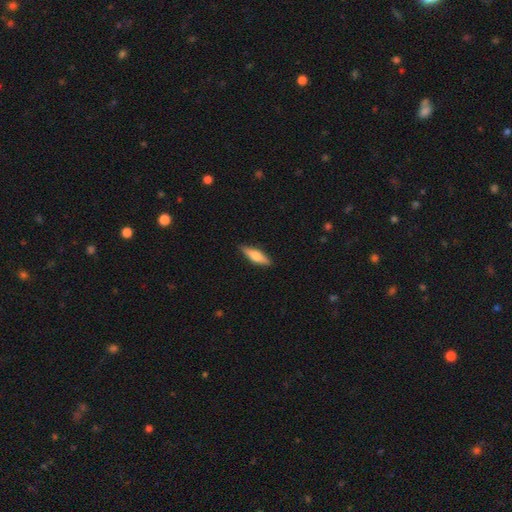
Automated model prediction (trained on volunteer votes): Smooth or featured?
  - smooth: 61% *
  - featured or disk: 33%
  - star or artifact: 6%
How rounded?
  - cigar-shaped: 61% *
  - in between: 37%
  - round: 2%
Merging?
  - none: 89% *
  - minor disturbance: 8%
  - major disturbance: 2%
  - merger: 1%